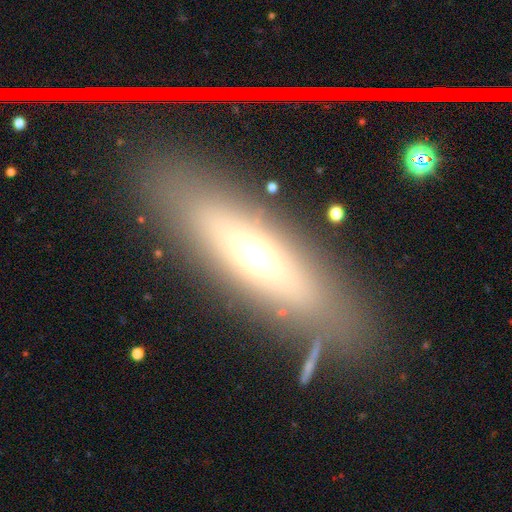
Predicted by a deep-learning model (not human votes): smooth 53%, featured or disk 32%, star or artifact 15%. Down the decision tree: how rounded — cigar-shaped (52%); merging — none (82%).